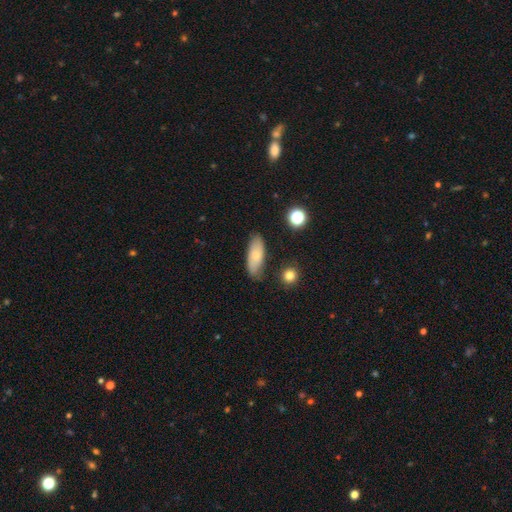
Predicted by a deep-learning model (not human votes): smooth 75%, featured or disk 18%, star or artifact 7%. Down the decision tree: how rounded — in between (79%); merging — none (78%).